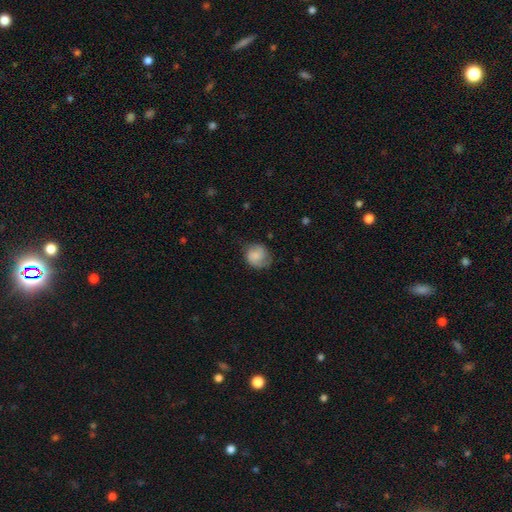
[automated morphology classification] This is likely a smooth galaxy (65%). How rounded: likely round (73%). Merging: possibly none (57%).